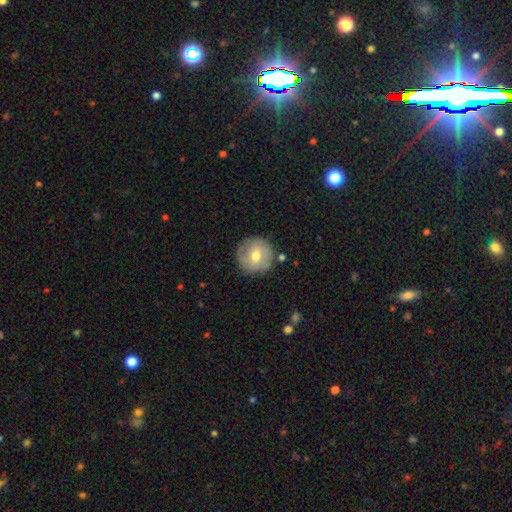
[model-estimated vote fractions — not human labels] Smooth or featured: smooth — 55% (featured or disk — 38%)
How rounded: round — 94% (in between — 5%)
Merging: none — 82% (minor disturbance — 12%)